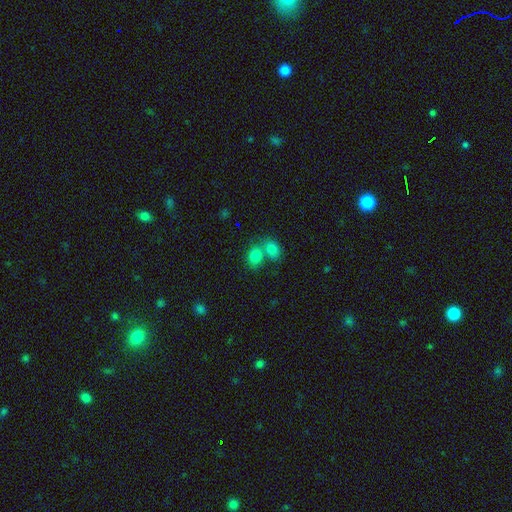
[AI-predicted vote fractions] smooth_or_featured: smooth (p=0.81) [alt: star or artifact p=0.11]
how_rounded: in between (p=0.51) [alt: round p=0.48]
merging: merger (p=0.52) [alt: none p=0.36]